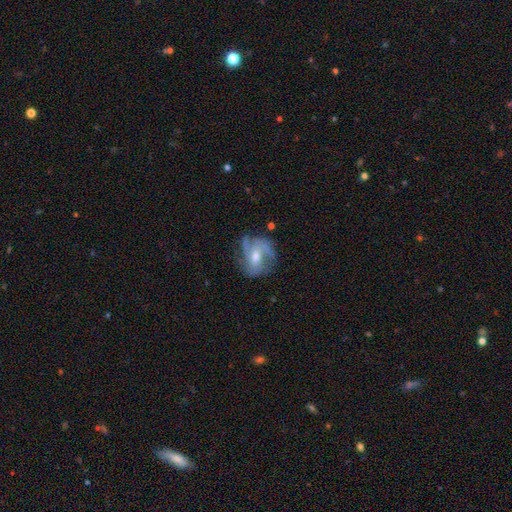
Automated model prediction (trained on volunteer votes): smooth-or-featured: featured or disk: 76% | smooth: 17% | star or artifact: 8%
  disk-edge-on: no: 97% | yes: 3%
    bar: no: 46% | weak: 43% | strong: 11%
    has-spiral-arms: yes: 90% | no: 10%
      spiral-winding: medium: 45% | tight: 30% | loose: 24%
      spiral-arm-count: 3: 36% | can't tell: 22% | 2: 18% | 4: 15% | 1: 5% | more than 4: 5%
    bulge-size: moderate: 65% | small: 26% | large: 5% | none: 3% | dominant: 1%
  merging: none: 61% | minor disturbance: 22% | major disturbance: 15% | merger: 2%